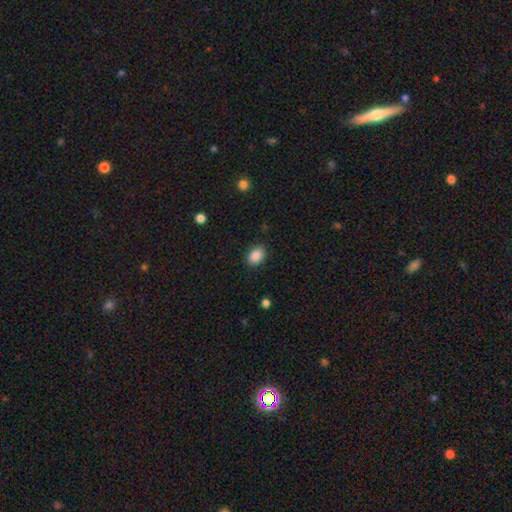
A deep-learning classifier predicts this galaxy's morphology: This appears to be a smooth galaxy with no disk features (88%) that is in between round and cigar-shaped (72%). Merging: none (88%).